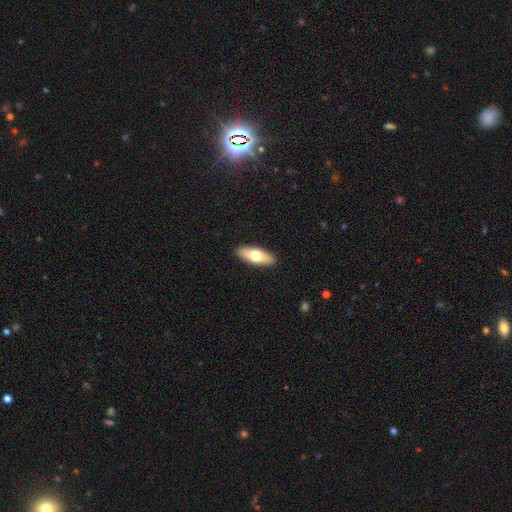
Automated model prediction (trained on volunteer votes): smooth-or-featured: smooth: 64% | featured or disk: 31% | star or artifact: 5%
  how-rounded: in between: 67% | cigar-shaped: 30% | round: 3%
  merging: none: 90% | minor disturbance: 7% | major disturbance: 2% | merger: 1%